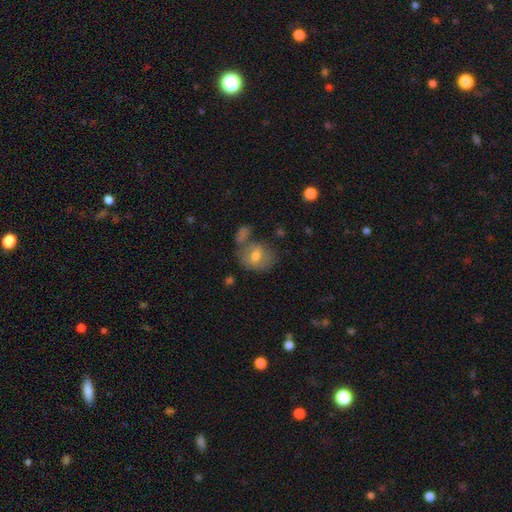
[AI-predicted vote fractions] Overall: smooth (64%; featured or disk 27%). How rounded: round (53%; in between 46%). Merging: none (54%; minor disturbance 19%).